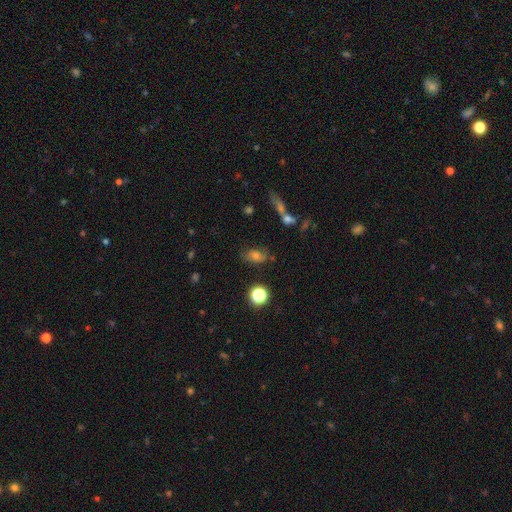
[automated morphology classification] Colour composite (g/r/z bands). It shows a smooth galaxy with no disk features (61%) that is in between round and cigar-shaped (77%). Merging: none (65%).